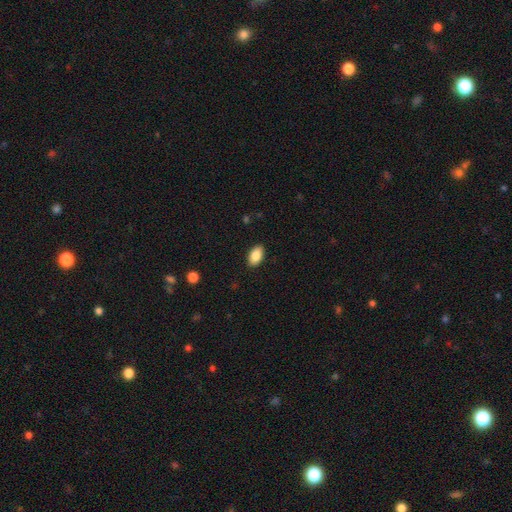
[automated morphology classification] This is clearly a smooth galaxy (86%). How rounded: clearly in between (93%). Merging: clearly none (89%).